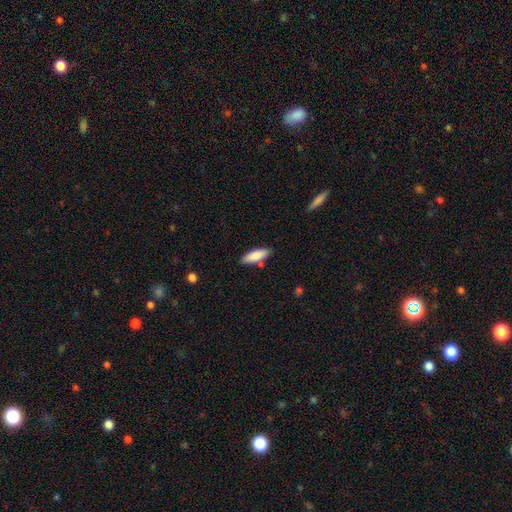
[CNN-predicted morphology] Q: Smooth or featured?
A: smooth (81%); runner-up: featured or disk (13%)
Q: How rounded?
A: in between (58%); runner-up: cigar-shaped (40%)
Q: Merging?
A: none (80%); runner-up: minor disturbance (13%)